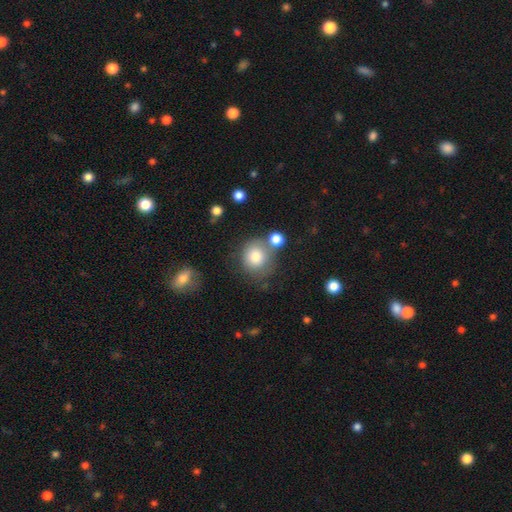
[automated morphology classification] Smooth or featured?
  - smooth: 79% *
  - featured or disk: 11%
  - star or artifact: 10%
How rounded?
  - round: 84% *
  - in between: 15%
  - cigar-shaped: 1%
Merging?
  - none: 57% *
  - merger: 21%
  - minor disturbance: 15%
  - major disturbance: 7%